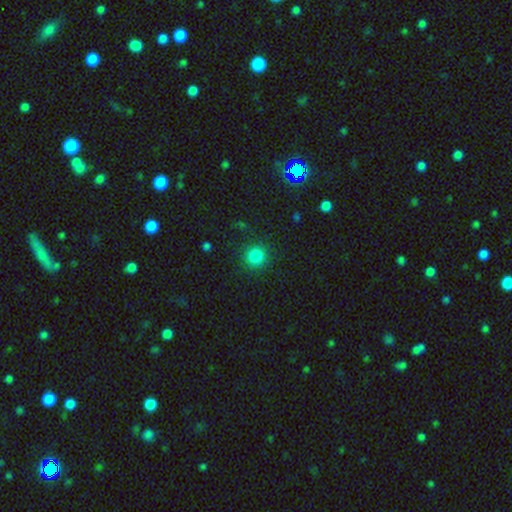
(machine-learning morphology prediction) Smooth or featured? Predicted: smooth (p=0.83). How rounded? Predicted: round (p=0.91). Merging? Predicted: none (p=0.87).